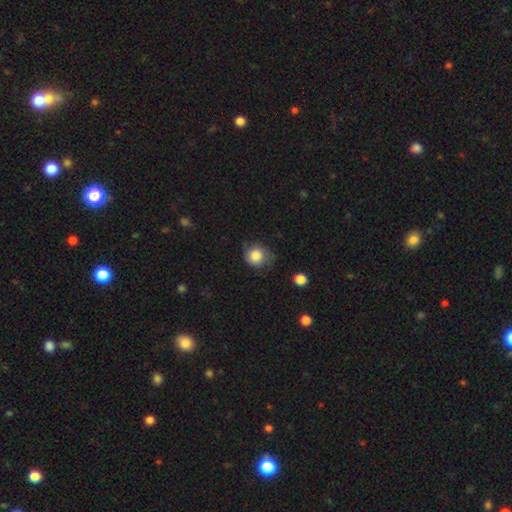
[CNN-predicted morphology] A smooth galaxy with no disk features (81%) that is round (84%).

Vote fractions:
- Smooth or featured? smooth: 81% / featured or disk: 11% / star or artifact: 9%
- How rounded? round: 84% / in between: 15% / cigar-shaped: 1%
- Merging? none: 63% / minor disturbance: 28% / major disturbance: 8% / merger: 2%